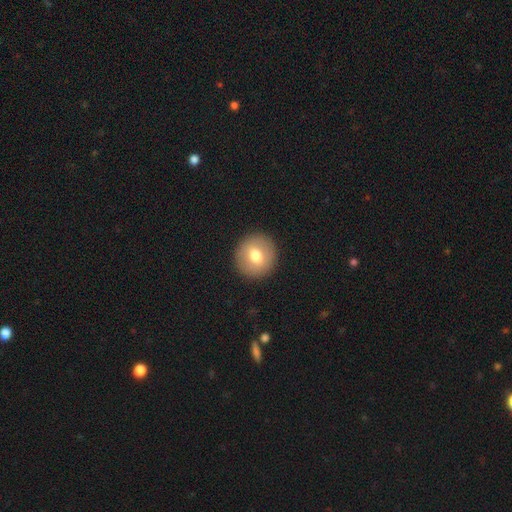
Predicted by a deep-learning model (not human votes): A smooth galaxy with no disk features (70%) that is round (92%). Merging: none (91%).